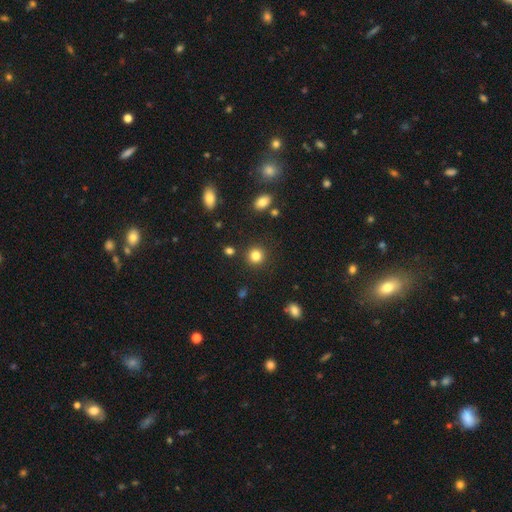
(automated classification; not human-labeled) smooth_or_featured: smooth (p=0.83) [alt: star or artifact p=0.11]
how_rounded: round (p=0.91) [alt: in between p=0.08]
merging: none (p=0.89) [alt: minor disturbance p=0.06]